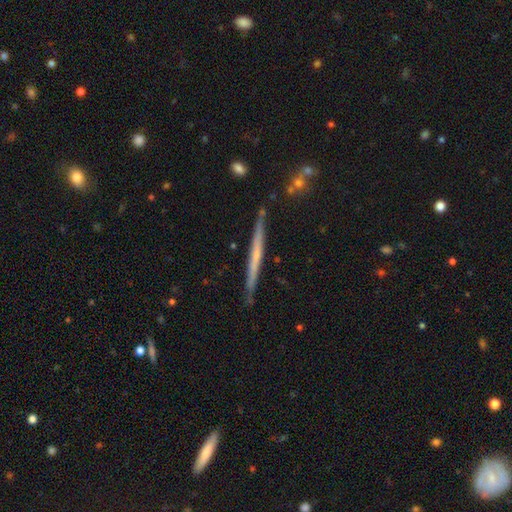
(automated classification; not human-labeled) Smooth or featured?
  - featured or disk: 61% *
  - smooth: 33%
  - star or artifact: 6%
Edge-on disk?
  - yes: 97% *
  - no: 3%
Edge-on bulge?
  - none: 78% *
  - rounded: 17%
  - boxy: 5%
Merging?
  - none: 88% *
  - minor disturbance: 9%
  - merger: 2%
  - major disturbance: 1%